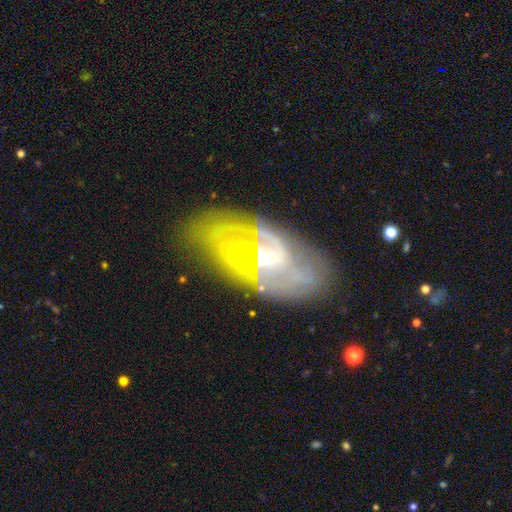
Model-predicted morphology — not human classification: smooth-or-featured: featured or disk: 81% | smooth: 11% | star or artifact: 8%
  disk-edge-on: no: 94% | yes: 6%
    bar: weak: 41% | strong: 33% | no: 27%
    has-spiral-arms: yes: 80% | no: 20%
      spiral-winding: medium: 42% | loose: 32% | tight: 27%
      spiral-arm-count: 2: 60% | can't tell: 22% | 3: 7% | 1: 5% | 4: 3% | more than 4: 3%
    bulge-size: small: 51% | moderate: 34% | none: 9% | large: 5% | dominant: 1%
  merging: none: 62% | minor disturbance: 19% | major disturbance: 14% | merger: 4%